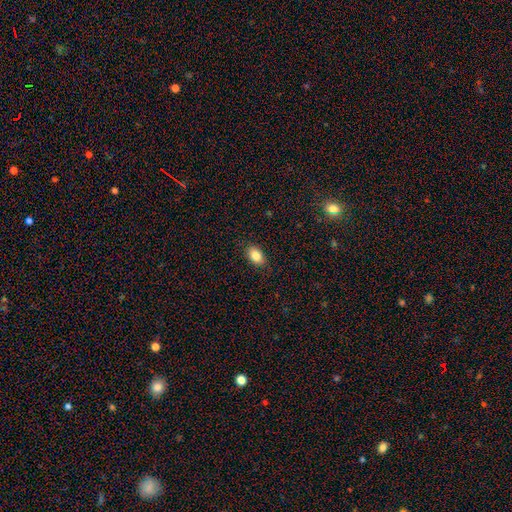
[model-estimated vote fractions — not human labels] Overall: smooth (85%). How rounded: in between (89%). Merging: none (87%).